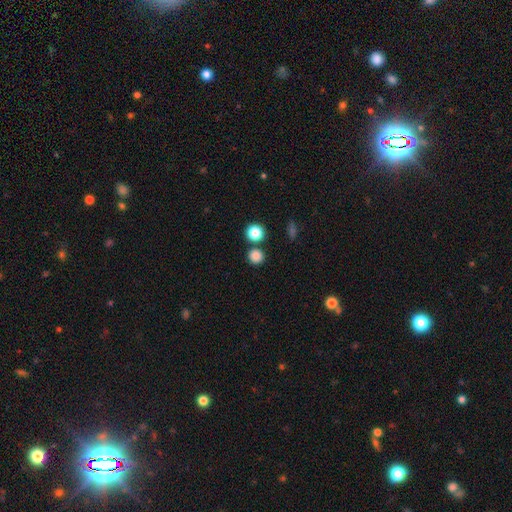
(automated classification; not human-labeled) The model was most divided on "merging": none: 80%, merger: 10%, minor disturbance: 7%, major disturbance: 3%. More confident: how rounded — round (92%); smooth or featured — smooth (83%).